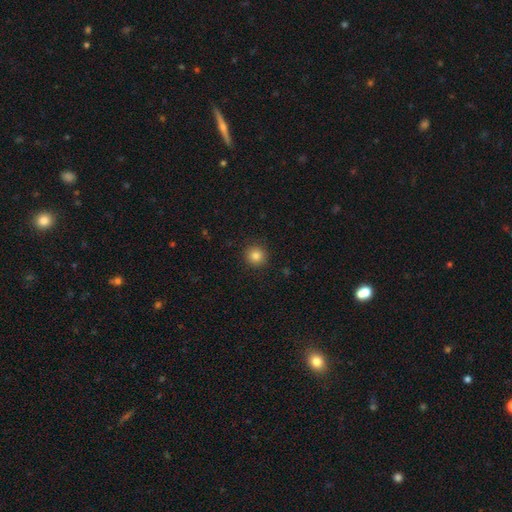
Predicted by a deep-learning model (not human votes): Smooth or featured: smooth — 84% (star or artifact — 11%)
How rounded: round — 94% (in between — 5%)
Merging: none — 92% (minor disturbance — 5%)